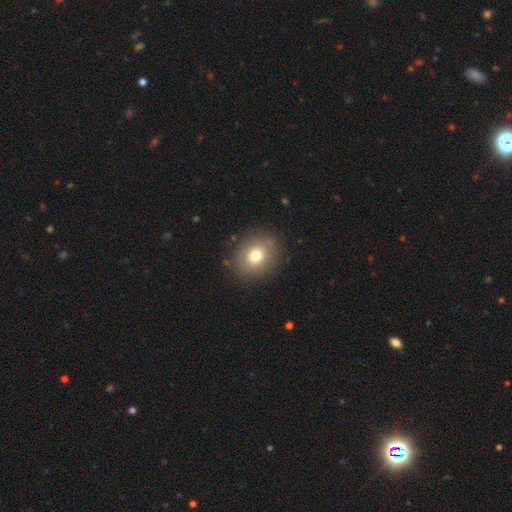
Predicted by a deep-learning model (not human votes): The model was most divided on "how rounded": round: 58%, in between: 41%, cigar-shaped: 1%. More confident: merging — none (85%); smooth or featured — smooth (75%).